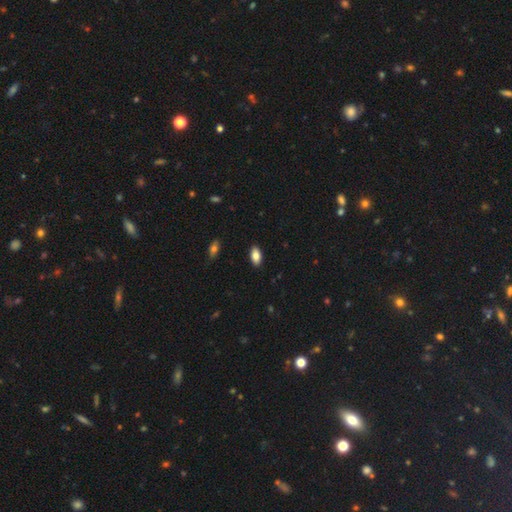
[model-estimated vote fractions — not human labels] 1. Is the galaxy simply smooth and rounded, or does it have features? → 84% smooth, 9% featured or disk, 7% star or artifact.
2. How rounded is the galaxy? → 92% in between, 4% cigar-shaped, 3% round.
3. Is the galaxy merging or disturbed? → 89% none, 8% minor disturbance, 2% major disturbance, 1% merger.